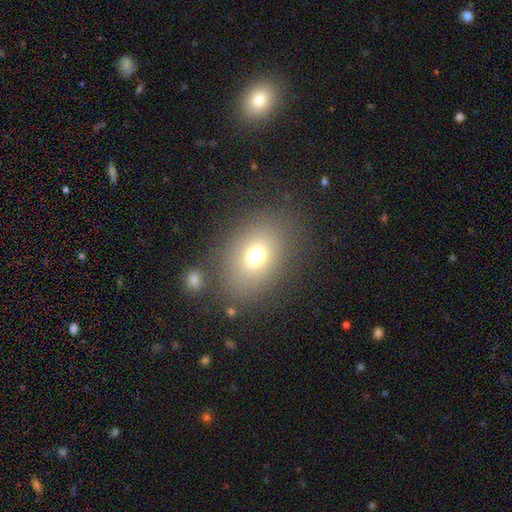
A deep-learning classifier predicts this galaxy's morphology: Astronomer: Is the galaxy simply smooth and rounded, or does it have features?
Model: smooth — 70%.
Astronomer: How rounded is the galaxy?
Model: in between — 62%.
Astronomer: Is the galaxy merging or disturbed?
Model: none — 77%.